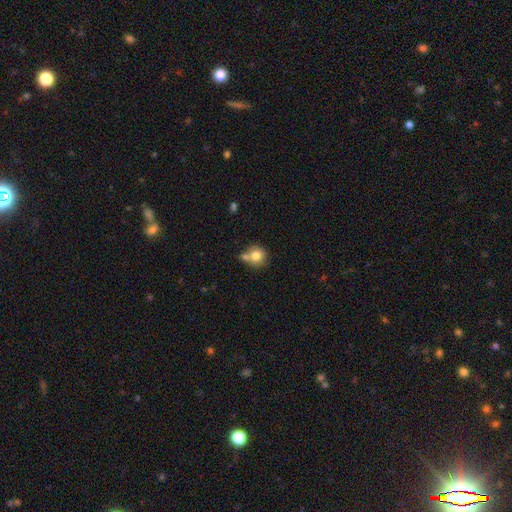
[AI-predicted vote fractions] A smooth galaxy with no disk features (77%) that is round (86%).

Vote fractions:
- Smooth or featured? smooth: 77% / featured or disk: 13% / star or artifact: 10%
- How rounded? round: 86% / in between: 13% / cigar-shaped: 1%
- Merging? none: 50% / merger: 34% / minor disturbance: 12% / major disturbance: 4%